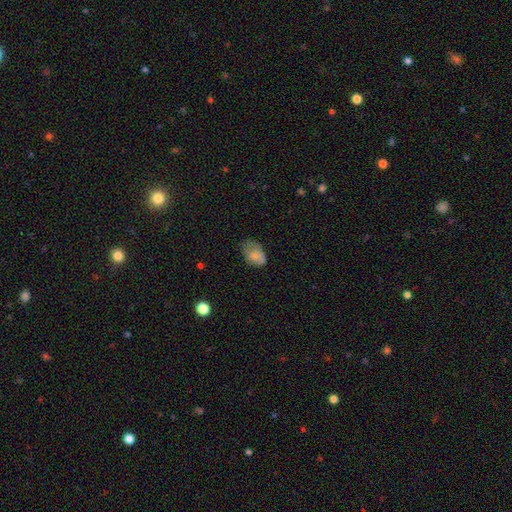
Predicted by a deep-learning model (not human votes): Smooth or featured: smooth — 72% (featured or disk — 19%)
How rounded: in between — 85% (round — 14%)
Merging: none — 44% (minor disturbance — 35%)